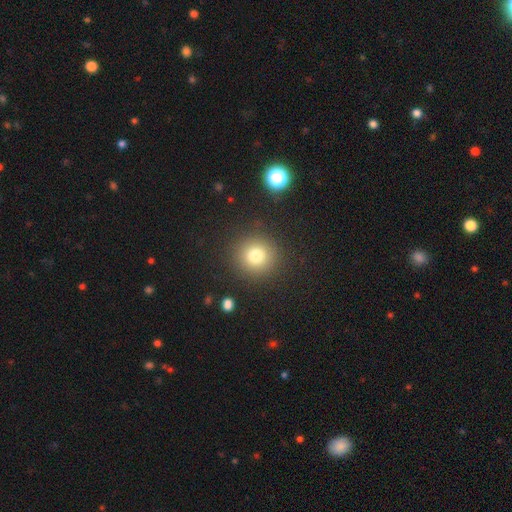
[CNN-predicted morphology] This is likely a smooth galaxy (77%). How rounded: clearly round (93%). Merging: clearly none (89%).